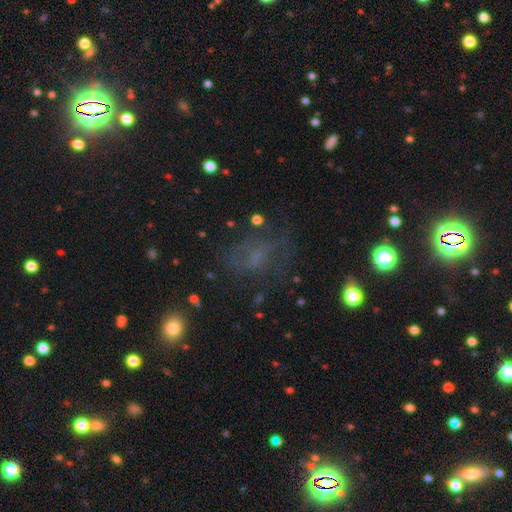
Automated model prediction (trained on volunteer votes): This is marginally a smooth galaxy (40%). Merging: possibly none (49%).